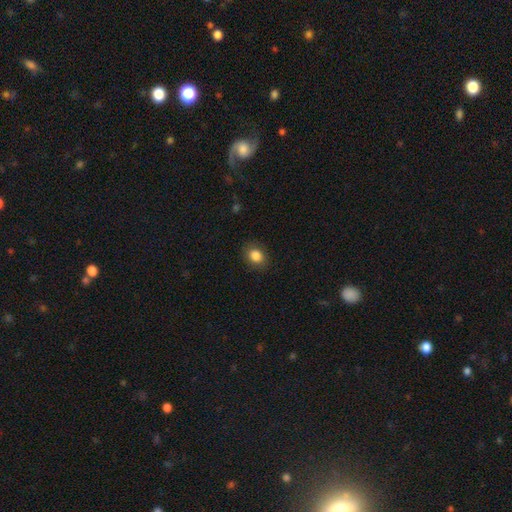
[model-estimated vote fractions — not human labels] Q: Smooth or featured?
A: smooth (85%); runner-up: star or artifact (9%)
Q: How rounded?
A: in between (52%); runner-up: round (47%)
Q: Merging?
A: none (87%); runner-up: minor disturbance (10%)